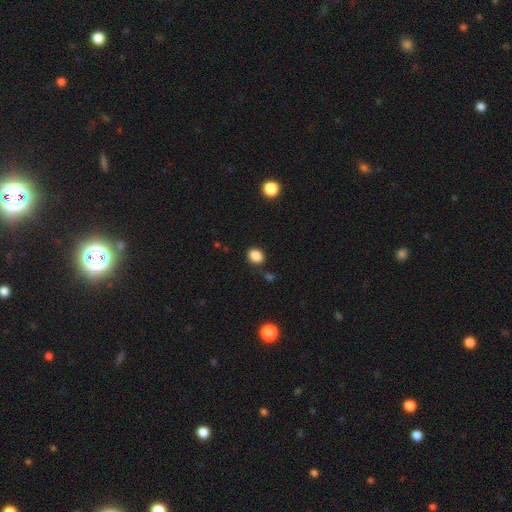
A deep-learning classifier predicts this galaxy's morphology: smooth-or-featured: smooth: 86% | star or artifact: 10% | featured or disk: 4%
  how-rounded: in between: 52% | round: 47% | cigar-shaped: 1%
  merging: none: 82% | minor disturbance: 12% | major disturbance: 3% | merger: 3%